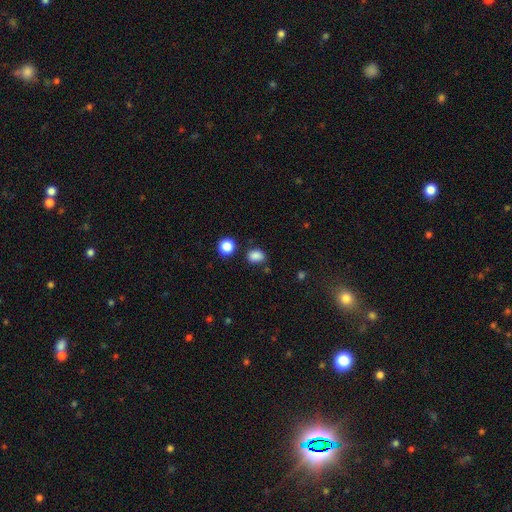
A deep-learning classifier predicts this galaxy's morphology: The model was most divided on "how rounded": in between: 61%, round: 38%, cigar-shaped: 1%. More confident: smooth or featured — smooth (85%); merging — none (77%).